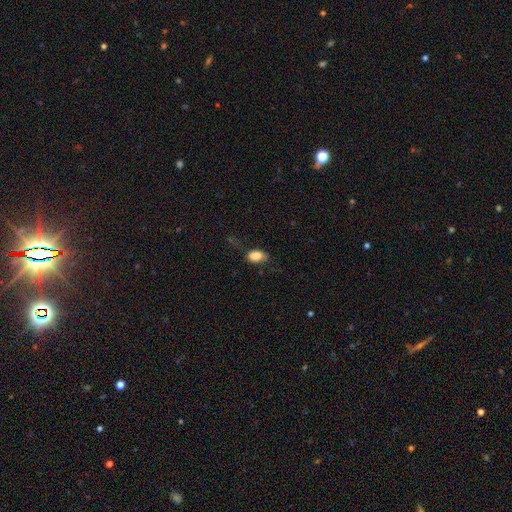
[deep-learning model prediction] smooth-or-featured: smooth: 84% | star or artifact: 8% | featured or disk: 8%
  how-rounded: in between: 87% | round: 11% | cigar-shaped: 2%
  merging: none: 66% | minor disturbance: 24% | major disturbance: 8% | merger: 2%